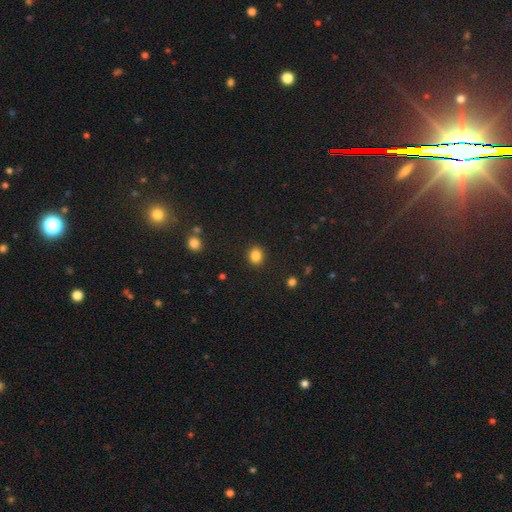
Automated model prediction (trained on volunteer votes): This is clearly a smooth galaxy (86%). How rounded: likely round (75%). Merging: clearly none (90%).